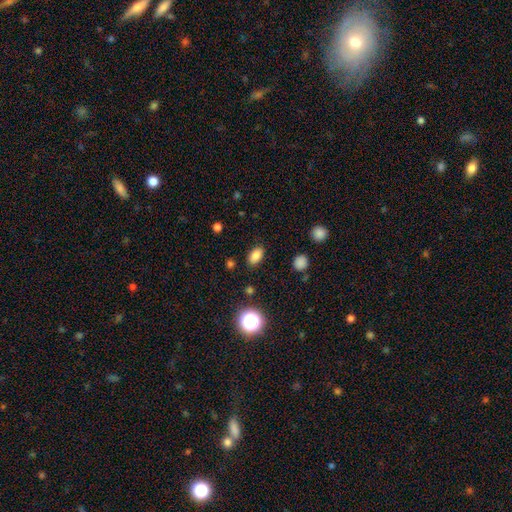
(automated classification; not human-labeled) Morphology: type=smooth (82%); roundness=in between (87%); merging=none (86%).